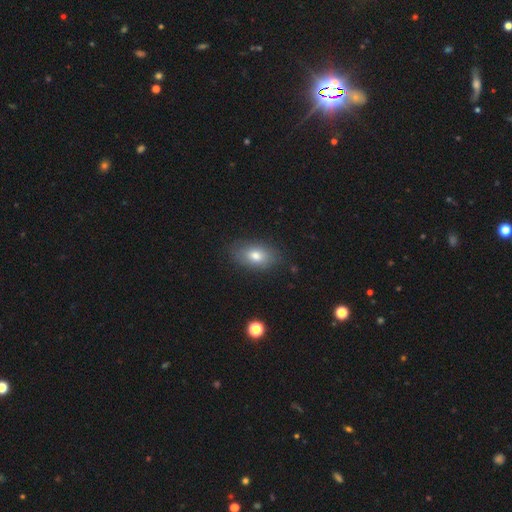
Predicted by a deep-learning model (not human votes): The model was most divided on "smooth or featured": smooth: 76%, featured or disk: 15%, star or artifact: 9%. More confident: how rounded — in between (87%); merging — none (82%).